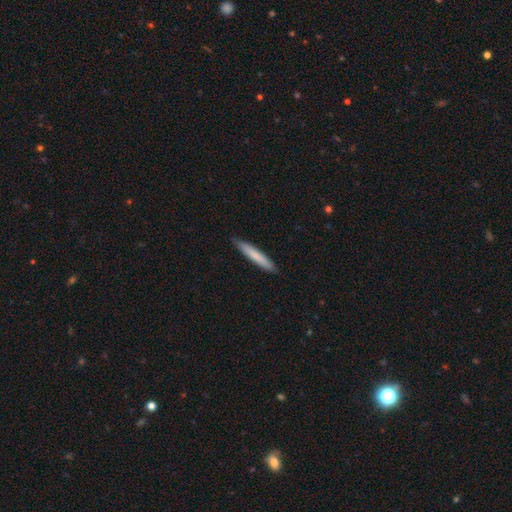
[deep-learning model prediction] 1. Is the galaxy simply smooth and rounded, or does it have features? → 77% smooth, 18% featured or disk, 5% star or artifact.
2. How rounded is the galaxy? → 94% cigar-shaped, 5% in between, 1% round.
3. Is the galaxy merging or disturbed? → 90% none, 8% minor disturbance, 1% major disturbance, 1% merger.